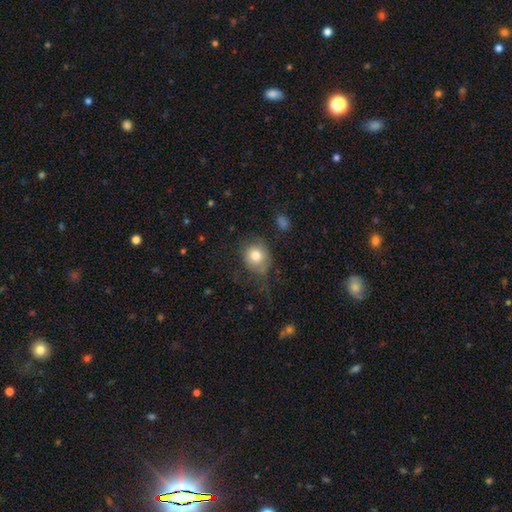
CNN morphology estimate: smooth_or_featured: smooth (p=0.79) [alt: featured or disk p=0.11]
how_rounded: round (p=0.75) [alt: in between p=0.24]
merging: none (p=0.58) [alt: minor disturbance p=0.26]